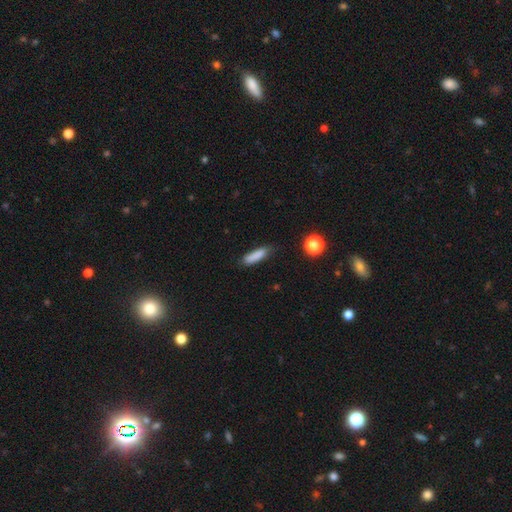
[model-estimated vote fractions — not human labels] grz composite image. It shows a smooth galaxy with no disk features (84%) that is cigar-shaped (70%). Merging: none (76%).